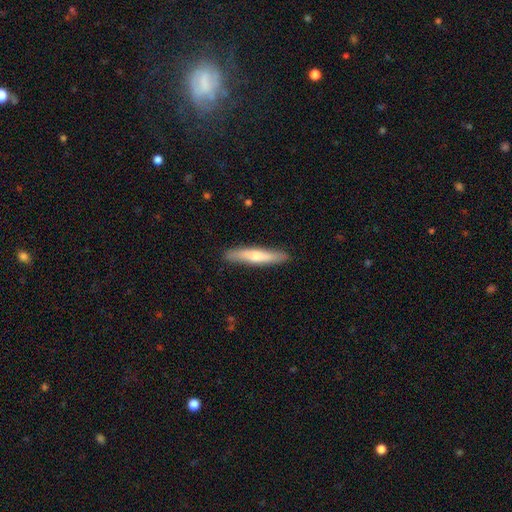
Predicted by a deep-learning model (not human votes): This appears to be a smooth galaxy with no disk features (57%) that is cigar-shaped (91%). Merging: none (89%).